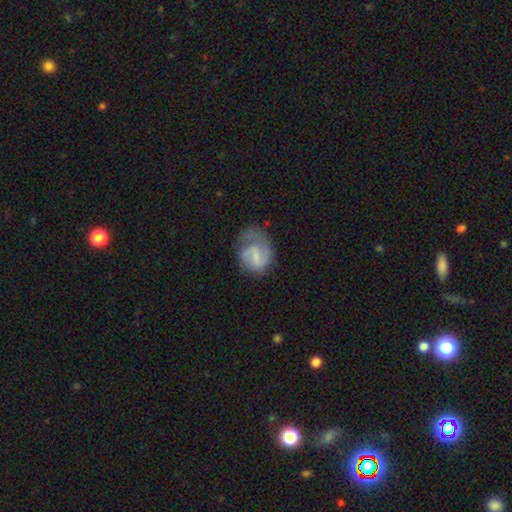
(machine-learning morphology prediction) Overall: featured or disk (58%; smooth 35%). Edge-on disk: no (98%). Bar: weak (54%; no 33%). Spiral arms: yes (85%). Bulge size: small (47%; none 27%). Merging: none (41%; major disturbance 29%).